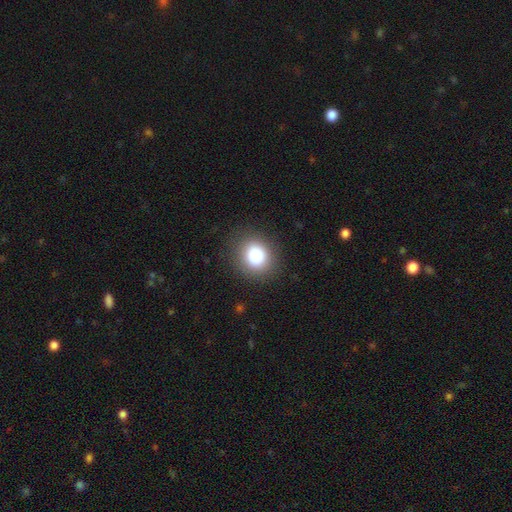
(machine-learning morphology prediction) Overall: smooth (84%). How rounded: round (73%). Merging: none (87%).